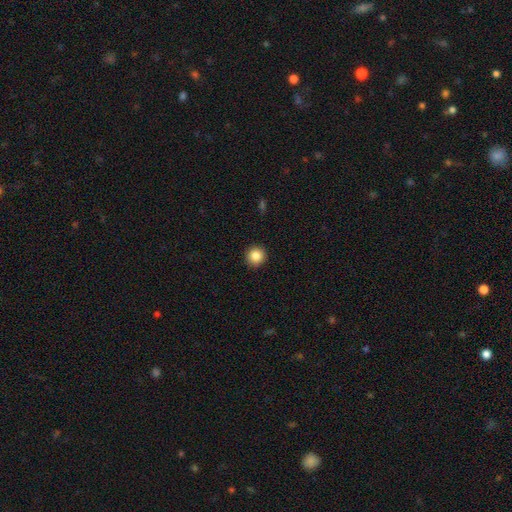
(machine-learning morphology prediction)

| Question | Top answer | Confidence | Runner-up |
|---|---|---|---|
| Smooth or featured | smooth | 86% | star or artifact (9%) |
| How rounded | round | 94% | in between (5%) |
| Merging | none | 92% | minor disturbance (6%) |